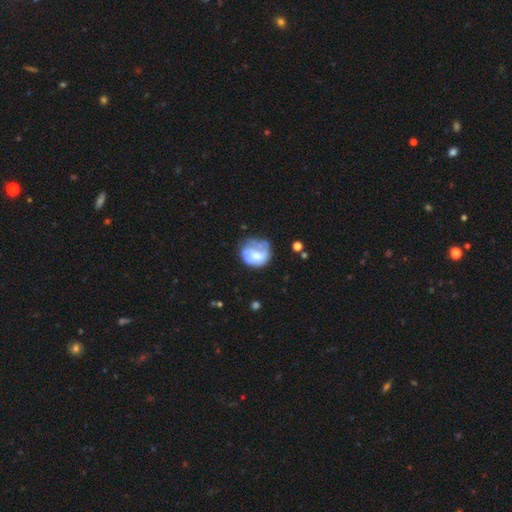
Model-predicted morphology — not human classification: Smooth or featured? Predicted: featured or disk (p=0.50). Merging? Predicted: none (p=0.49).